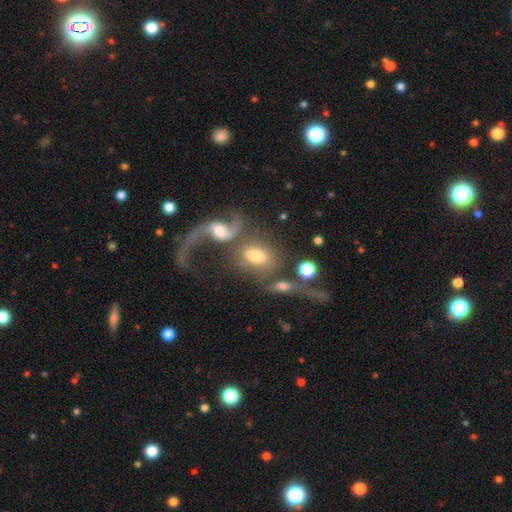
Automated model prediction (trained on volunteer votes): A smooth galaxy with no disk features (51%) that is in between round and cigar-shaped (83%). Merging: merger (43%).